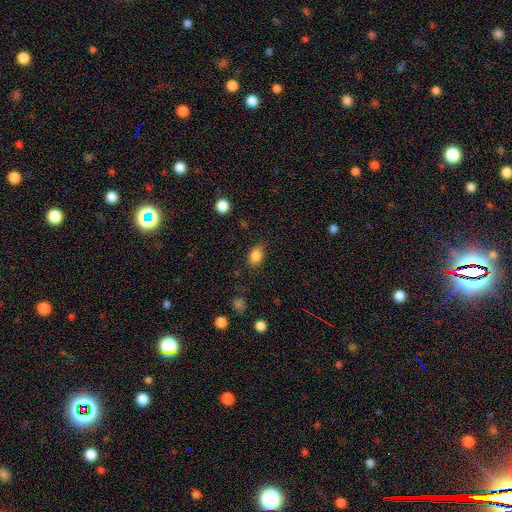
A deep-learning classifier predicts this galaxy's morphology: smooth 84%, star or artifact 10%, featured or disk 6%. Down the decision tree: how rounded — in between (79%); merging — none (78%).